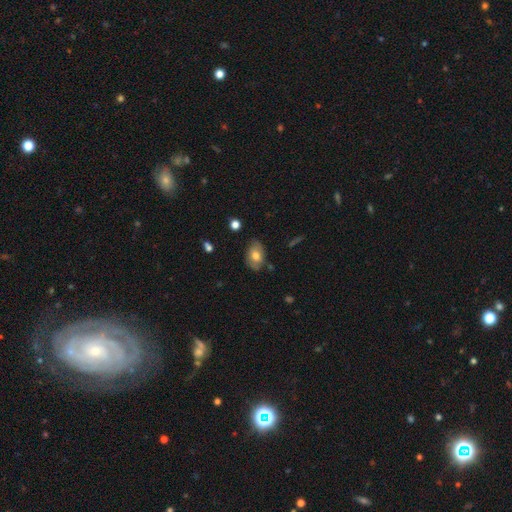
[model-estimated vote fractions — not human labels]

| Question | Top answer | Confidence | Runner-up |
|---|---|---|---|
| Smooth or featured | smooth | 68% | featured or disk (24%) |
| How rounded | in between | 86% | round (13%) |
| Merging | none | 77% | minor disturbance (18%) |